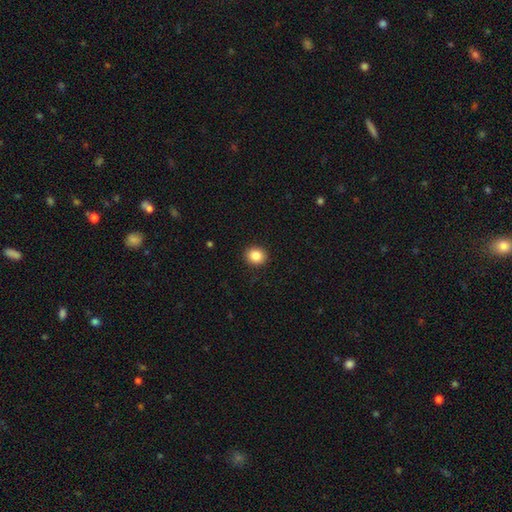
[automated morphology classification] type=smooth (86%); roundness=round (74%); merging=none (91%).